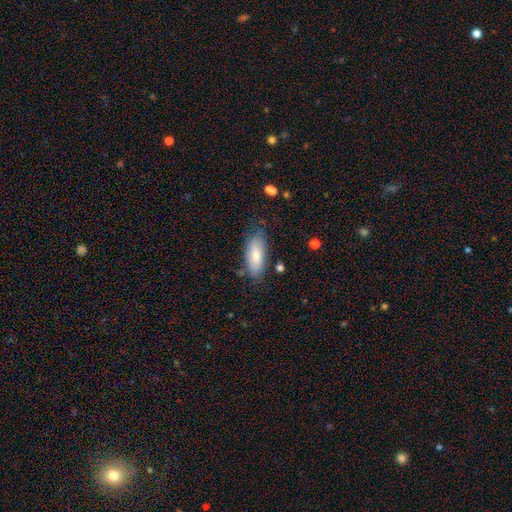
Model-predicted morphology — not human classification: A smooth galaxy with no disk features (75%) that is in between round and cigar-shaped (84%). Merging: none (68%).